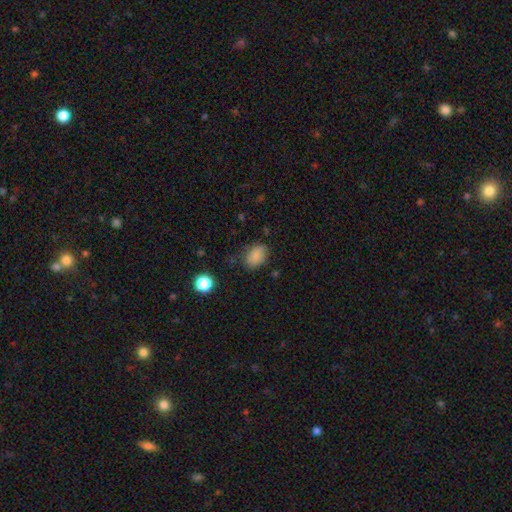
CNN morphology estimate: This is clearly a smooth galaxy (83%). How rounded: likely in between (74%). Merging: likely none (71%).